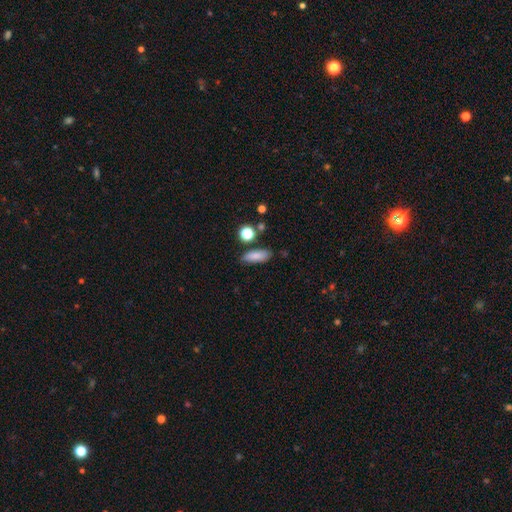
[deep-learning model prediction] smooth-or-featured: smooth: 82% | star or artifact: 9% | featured or disk: 8%
  how-rounded: in between: 67% | cigar-shaped: 28% | round: 5%
  merging: none: 77% | minor disturbance: 14% | merger: 5% | major disturbance: 4%